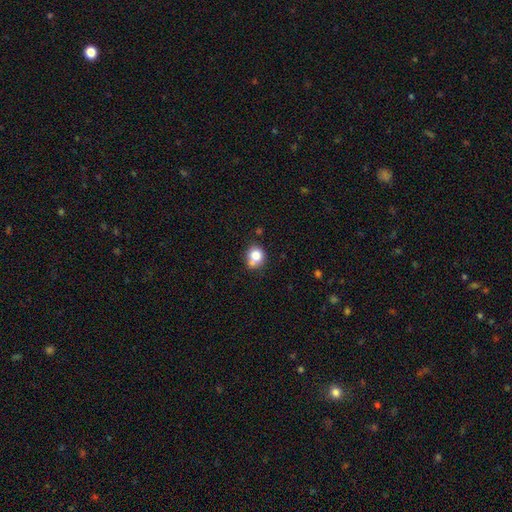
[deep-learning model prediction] A smooth galaxy with no disk features (78%) that is round (73%). Merging: none (55%).